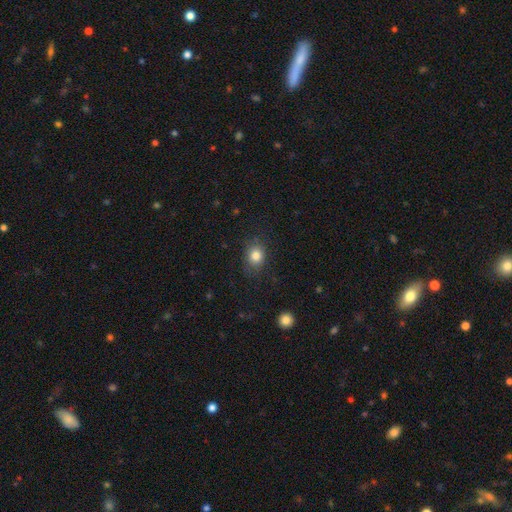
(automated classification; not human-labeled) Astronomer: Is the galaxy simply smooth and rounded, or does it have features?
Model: smooth — 83%.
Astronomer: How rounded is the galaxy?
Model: round — 51% (runner-up: in between, 48%).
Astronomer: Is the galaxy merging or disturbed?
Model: none — 80%.